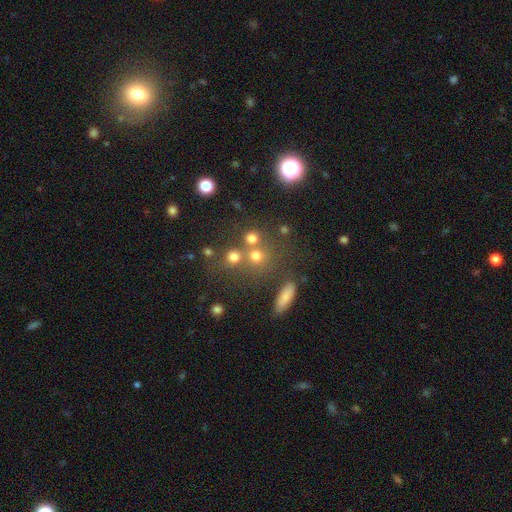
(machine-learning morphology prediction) smooth-or-featured: smooth: 64% | star or artifact: 22% | featured or disk: 14%
  how-rounded: round: 85% | in between: 13% | cigar-shaped: 2%
  merging: none: 57% | merger: 28% | minor disturbance: 9% | major disturbance: 5%